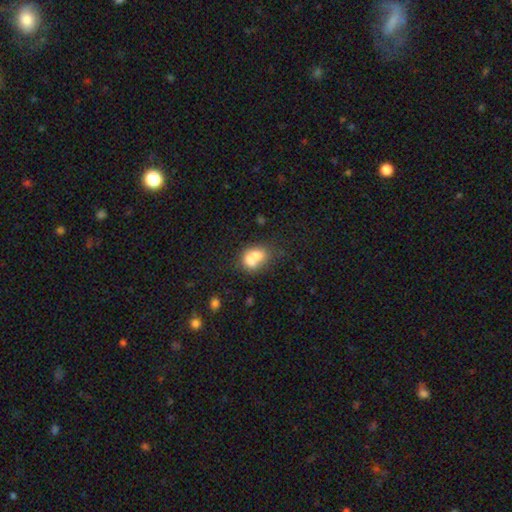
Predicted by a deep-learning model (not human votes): This is likely a smooth galaxy (66%). How rounded: possibly round (50%). Merging: likely merger (67%).